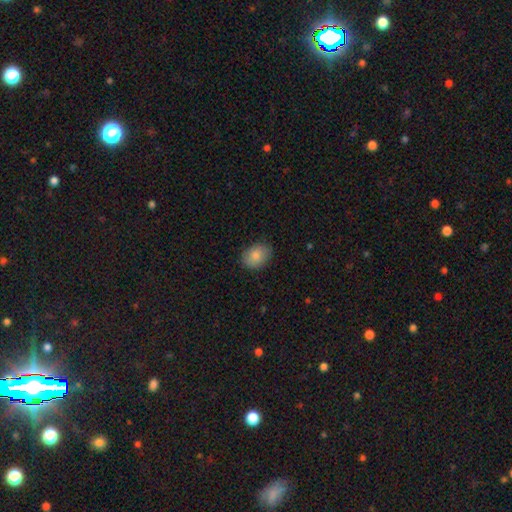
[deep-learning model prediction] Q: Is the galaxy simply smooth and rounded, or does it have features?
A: smooth — 85%.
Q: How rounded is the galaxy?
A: in between — 69%.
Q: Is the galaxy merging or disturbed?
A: none — 85%.